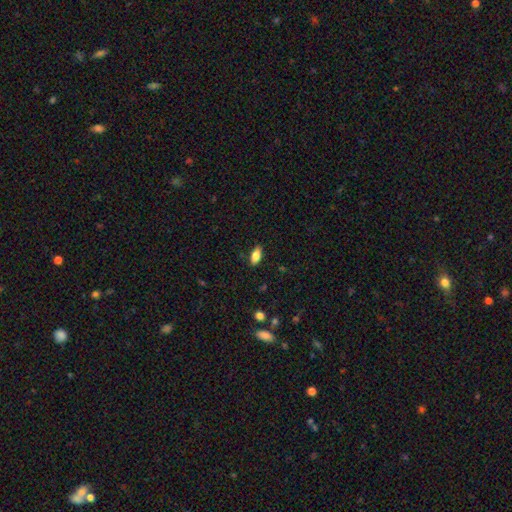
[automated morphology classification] The model was most divided on "smooth or featured": smooth: 82%, featured or disk: 10%, star or artifact: 8%. More confident: how rounded — in between (88%); merging — none (87%).